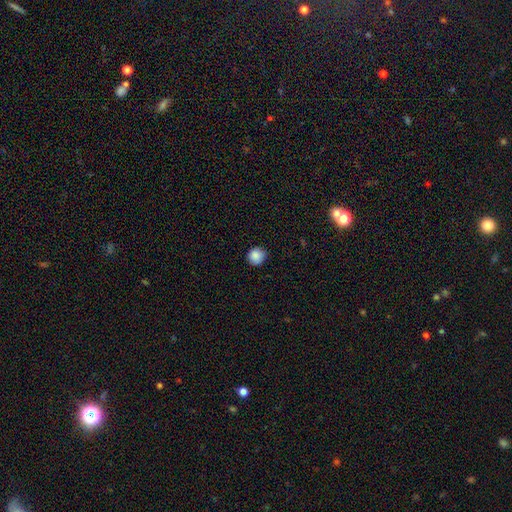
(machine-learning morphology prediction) A smooth galaxy with no disk features (87%) that is round (91%). Merging: none (84%).